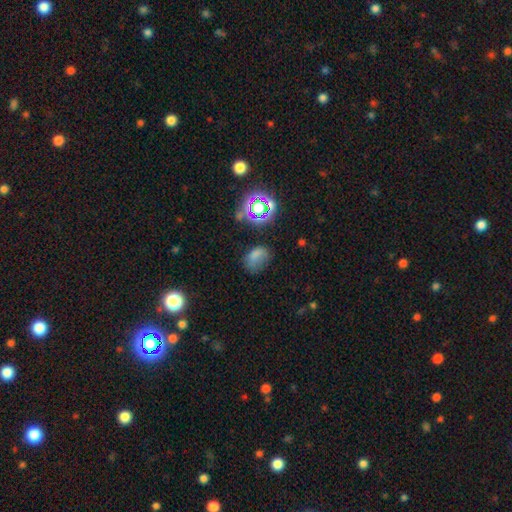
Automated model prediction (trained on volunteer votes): This appears to be a smooth galaxy with no disk features (63%) that is in between round and cigar-shaped (76%). Merging: none (48%).